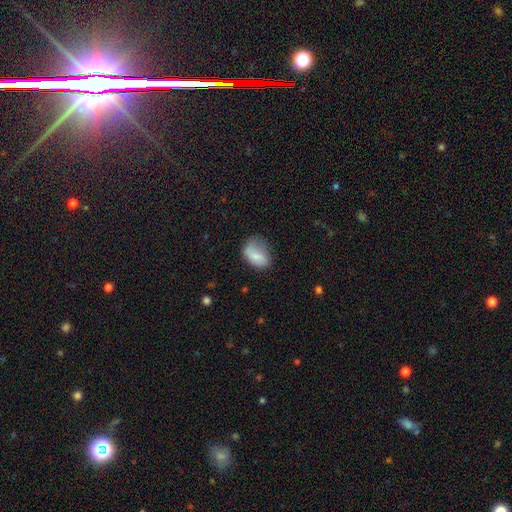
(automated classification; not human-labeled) smooth_or_featured: smooth (p=0.75) [alt: featured or disk p=0.17]
how_rounded: in between (p=0.82) [alt: round p=0.17]
merging: none (p=0.47) [alt: minor disturbance p=0.35]